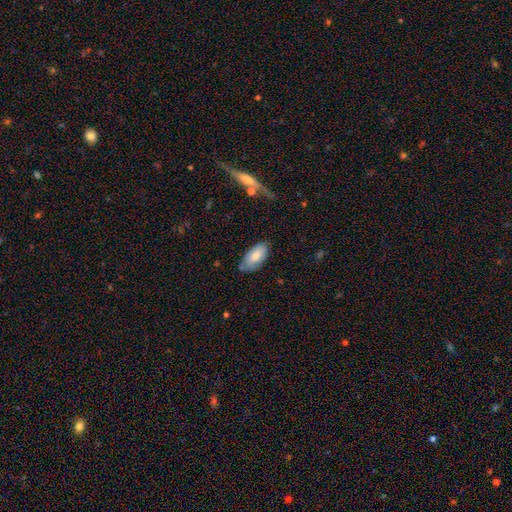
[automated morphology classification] Smooth or featured? smooth (79%)
How rounded? in between (94%)
Merging? none (68%)